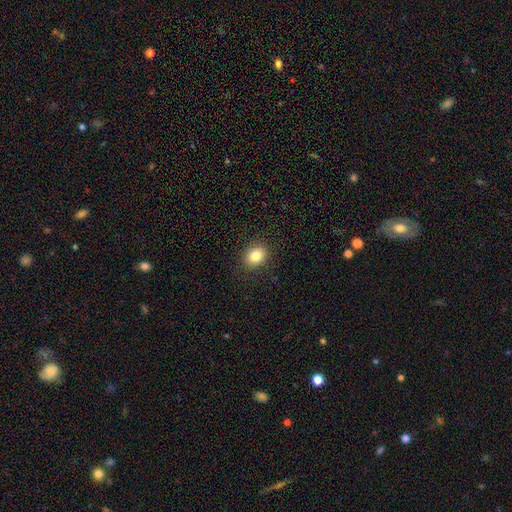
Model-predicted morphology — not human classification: This appears to be a smooth galaxy with no disk features (82%) that is round (57%). Merging: none (90%).